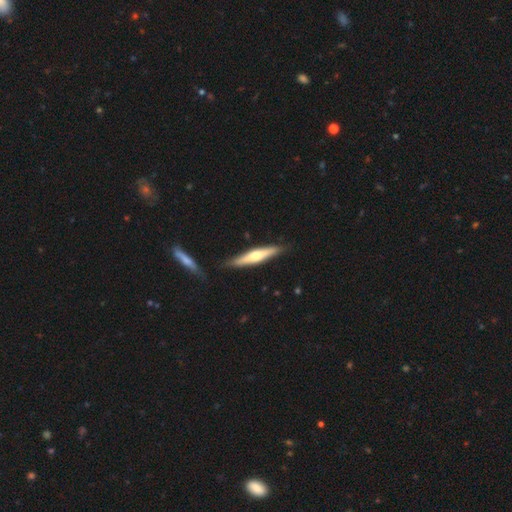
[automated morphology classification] Overall: featured or disk (52%; smooth 43%). Edge-on disk: yes (94%). Merging: none (84%).